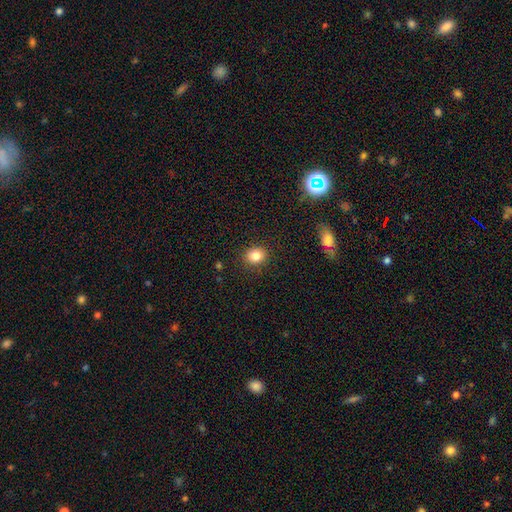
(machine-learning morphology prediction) Overall: smooth (83%). How rounded: round (69%; in between 30%). Merging: none (89%).